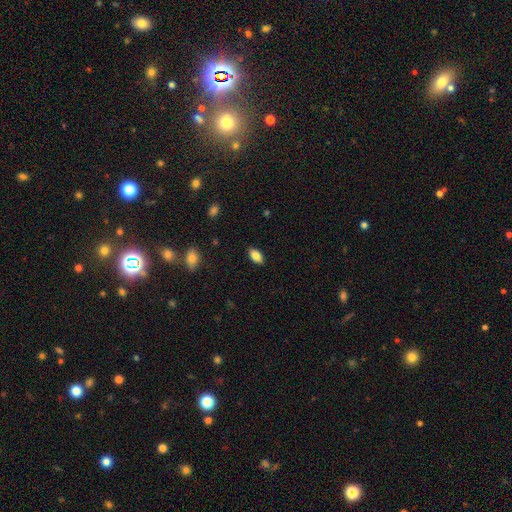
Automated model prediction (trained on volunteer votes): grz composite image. It shows a smooth galaxy with no disk features (83%) that is in between round and cigar-shaped (91%). Merging: none (88%).